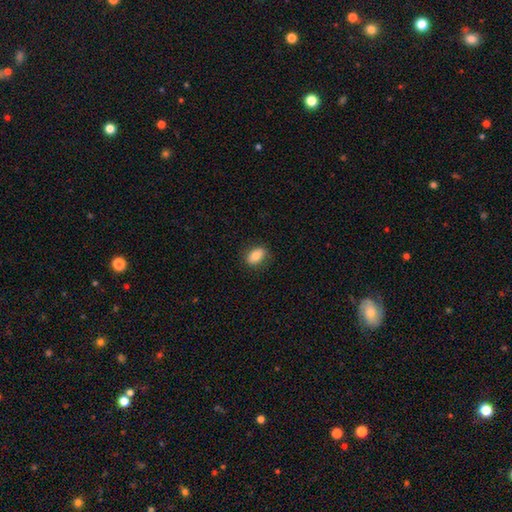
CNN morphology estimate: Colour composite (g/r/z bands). It shows a smooth galaxy with no disk features (79%) that is in between round and cigar-shaped (84%). Merging: none (82%).